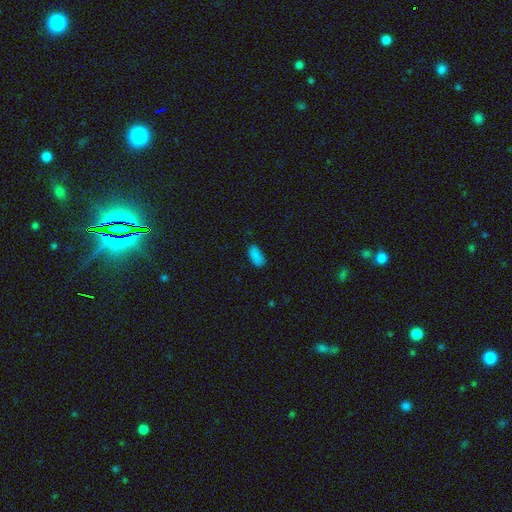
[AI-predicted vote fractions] This is clearly a smooth galaxy (87%). How rounded: clearly in between (91%). Merging: clearly none (84%).